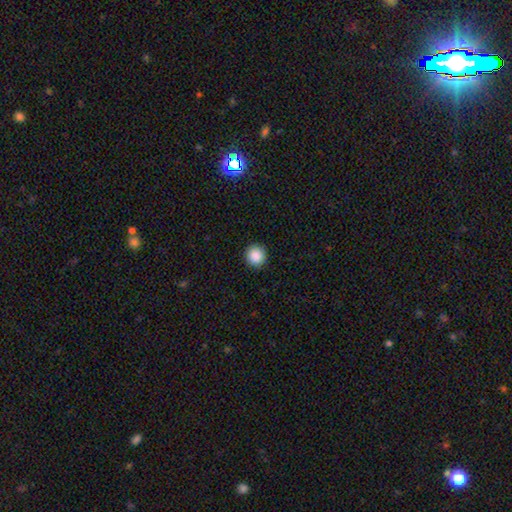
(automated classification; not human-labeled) A smooth galaxy with no disk features (88%) that is round (95%).

Vote fractions:
- Smooth or featured? smooth: 88% / star or artifact: 9% / featured or disk: 3%
- How rounded? round: 95% / in between: 4% / cigar-shaped: 1%
- Merging? none: 92% / minor disturbance: 5% / major disturbance: 2% / merger: 1%